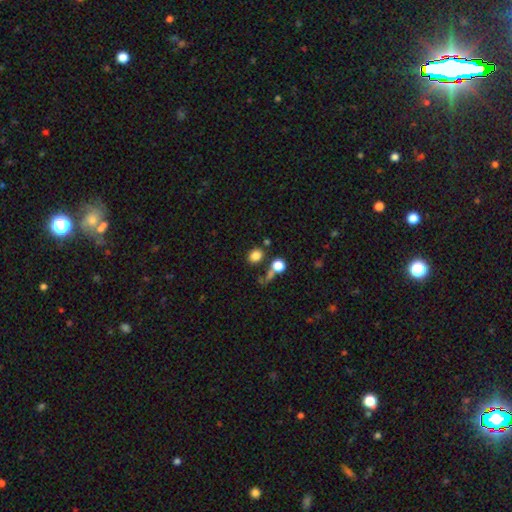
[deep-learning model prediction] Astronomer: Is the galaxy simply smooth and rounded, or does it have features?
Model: smooth — 81%.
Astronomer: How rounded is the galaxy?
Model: round — 51% (runner-up: in between, 47%).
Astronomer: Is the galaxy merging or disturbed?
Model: none — 70%.